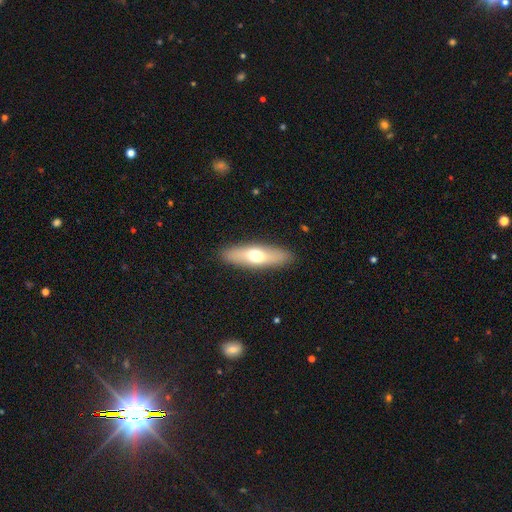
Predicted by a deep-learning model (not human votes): smooth_or_featured: smooth (p=0.59) [alt: featured or disk p=0.35]
how_rounded: cigar-shaped (p=0.55) [alt: in between p=0.43]
merging: none (p=0.90) [alt: minor disturbance p=0.07]